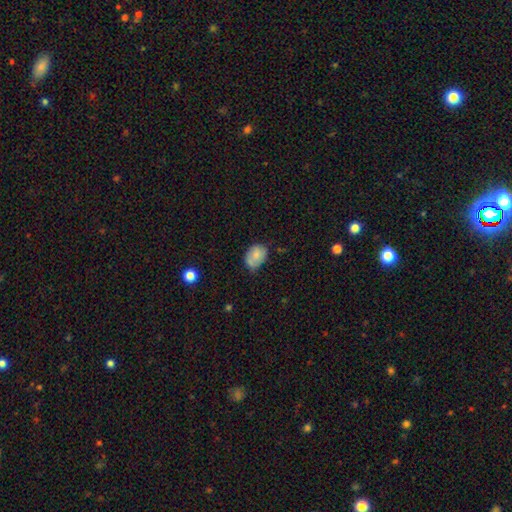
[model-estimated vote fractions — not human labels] Smooth or featured: smooth — 69% (featured or disk — 22%)
How rounded: in between — 66% (round — 33%)
Merging: none — 47% (minor disturbance — 36%)